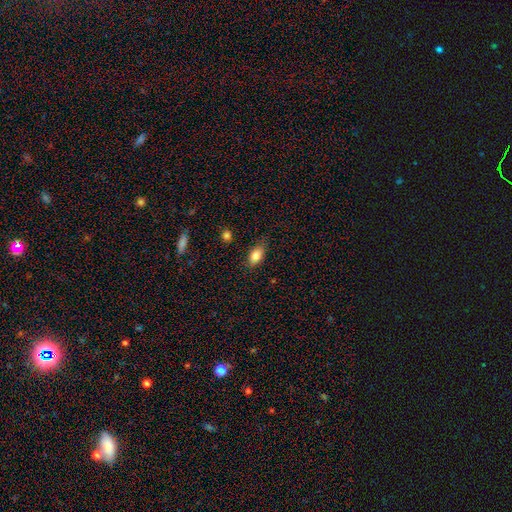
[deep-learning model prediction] Overall: smooth (83%). How rounded: in between (87%). Merging: none (78%).